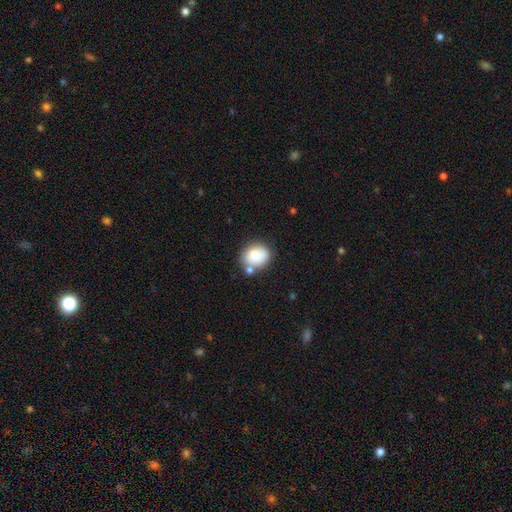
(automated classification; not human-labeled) Morphology: type=smooth (81%); roundness=round (60%); merging=none (62%).